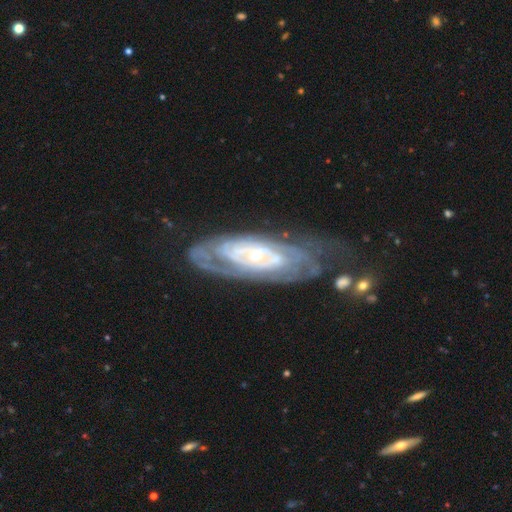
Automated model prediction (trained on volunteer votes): This is clearly a featured or disk galaxy (86%). It is clearly not viewed edge-on (89%). Bar: likely no (71%). Spiral arm pattern: clearly yes (87%). Spiral arm count: possibly can't tell (47%). Spiral winding: likely tight (74%). Central bulge: possibly small (53%). Merging: likely none (62%).